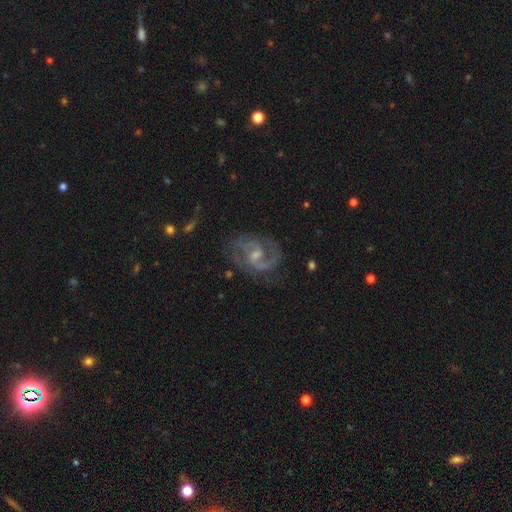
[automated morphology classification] smooth_or_featured: featured or disk (p=0.89) [alt: star or artifact p=0.06]
disk_edge_on: no (p=0.98) [alt: yes p=0.02]
bar: weak (p=0.58) [alt: no p=0.27]
has_spiral_arms: yes (p=0.97) [alt: no p=0.03]
spiral_winding: medium (p=0.60) [alt: tight p=0.22]
spiral_arm_count: 2 (p=0.87) [alt: can't tell p=0.04]
bulge_size: small (p=0.49) [alt: moderate p=0.39]
merging: none (p=0.73) [alt: minor disturbance p=0.17]